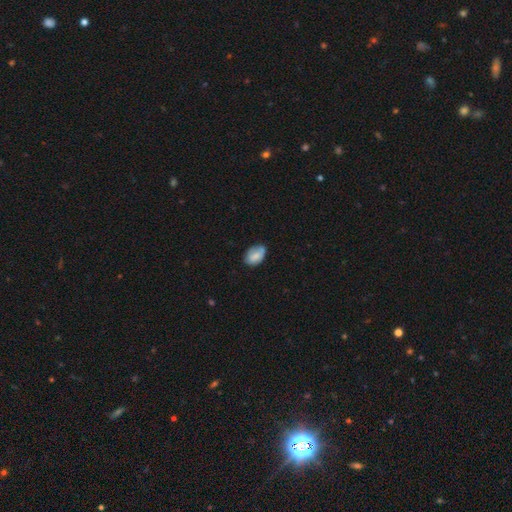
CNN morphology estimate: Smooth or featured? smooth (74%)
How rounded? in between (87%)
Merging? none (54%)